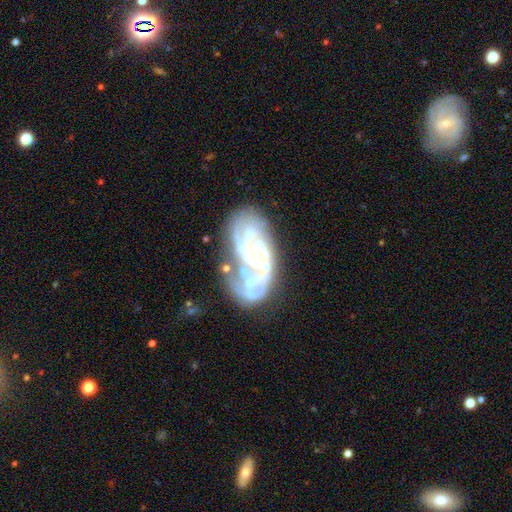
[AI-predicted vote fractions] This is clearly a featured or disk galaxy (80%). It is clearly not viewed edge-on (97%). Bar: likely no (74%). Spiral arm pattern: likely yes (72%). Spiral arm count: marginally can't tell (38%). Spiral winding: possibly tight (48%). Central bulge: possibly small (53%). Merging: marginally none (41%).